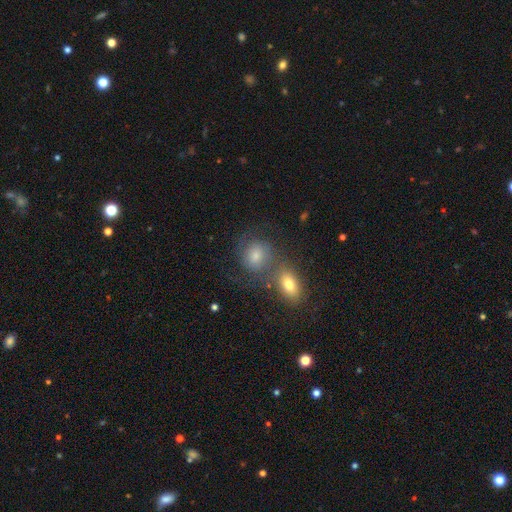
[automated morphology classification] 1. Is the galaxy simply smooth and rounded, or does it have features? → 45% featured or disk, 43% smooth, 13% star or artifact.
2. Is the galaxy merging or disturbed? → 45% none, 32% merger, 14% minor disturbance, 9% major disturbance.